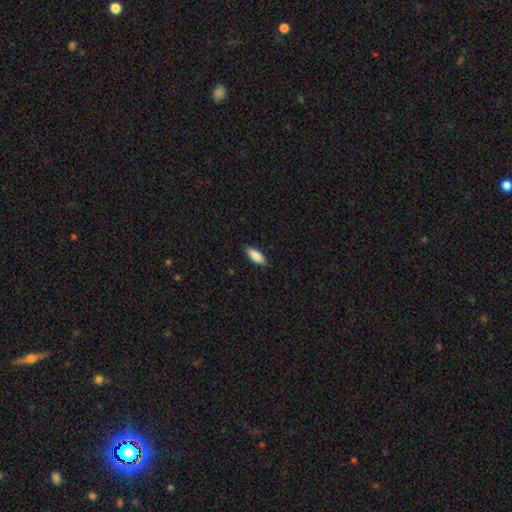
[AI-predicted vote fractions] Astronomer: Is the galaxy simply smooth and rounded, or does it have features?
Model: smooth — 87%.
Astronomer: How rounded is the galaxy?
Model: in between — 71%.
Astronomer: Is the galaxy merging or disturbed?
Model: none — 87%.